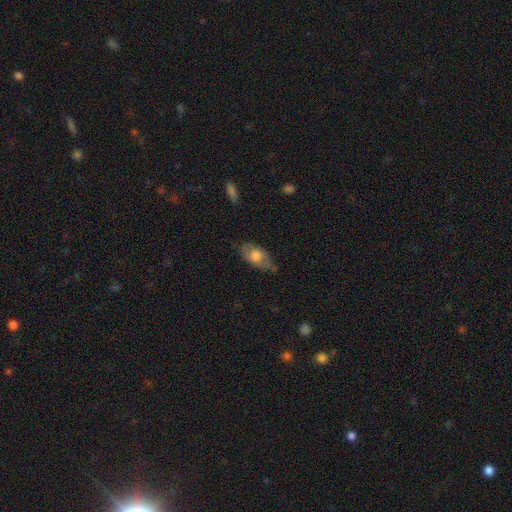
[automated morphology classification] Overall: smooth (56%; featured or disk 37%). How rounded: in between (87%). Merging: none (62%; minor disturbance 28%).